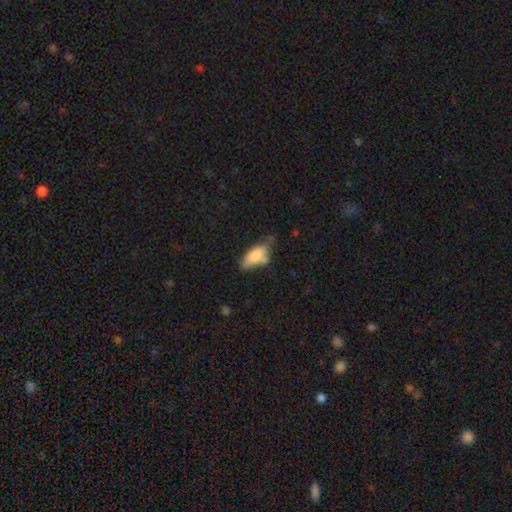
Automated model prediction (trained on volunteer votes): smooth-or-featured: smooth: 79% | featured or disk: 14% | star or artifact: 7%
  how-rounded: in between: 82% | cigar-shaped: 16% | round: 2%
  merging: none: 44% | minor disturbance: 31% | merger: 14% | major disturbance: 11%